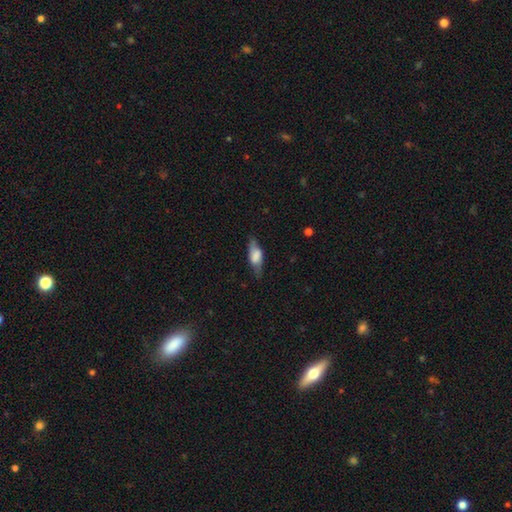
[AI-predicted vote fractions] Smooth or featured?
  - smooth: 58% *
  - featured or disk: 35%
  - star or artifact: 7%
How rounded?
  - in between: 68% *
  - cigar-shaped: 28%
  - round: 3%
Merging?
  - none: 69% *
  - minor disturbance: 22%
  - major disturbance: 7%
  - merger: 2%